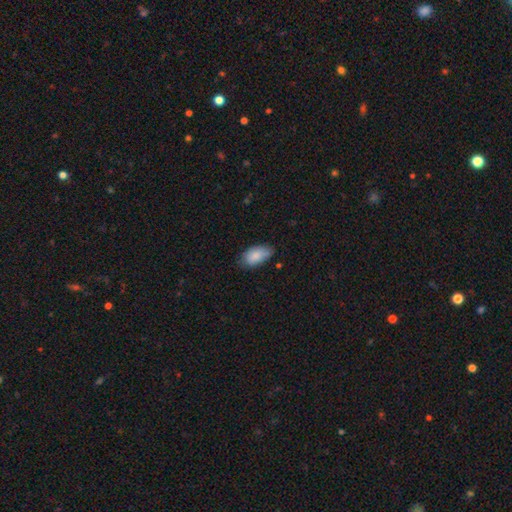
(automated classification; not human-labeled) Smooth or featured?
  - smooth: 85% *
  - featured or disk: 8%
  - star or artifact: 7%
How rounded?
  - in between: 94% *
  - round: 3%
  - cigar-shaped: 3%
Merging?
  - none: 66% *
  - minor disturbance: 28%
  - major disturbance: 4%
  - merger: 2%